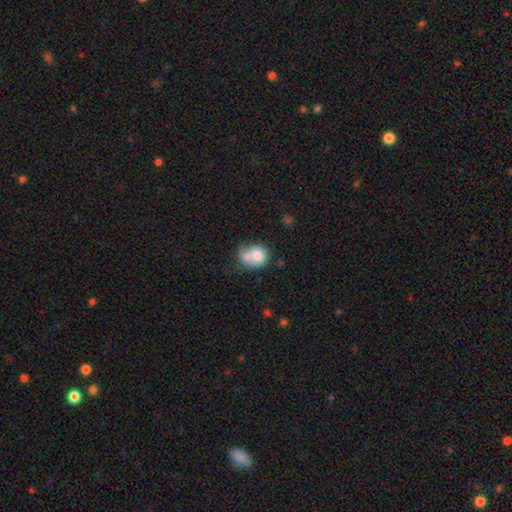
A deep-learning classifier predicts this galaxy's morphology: Q: Smooth or featured?
A: smooth (74%); runner-up: featured or disk (17%)
Q: How rounded?
A: round (65%); runner-up: in between (34%)
Q: Merging?
A: merger (56%); runner-up: none (27%)